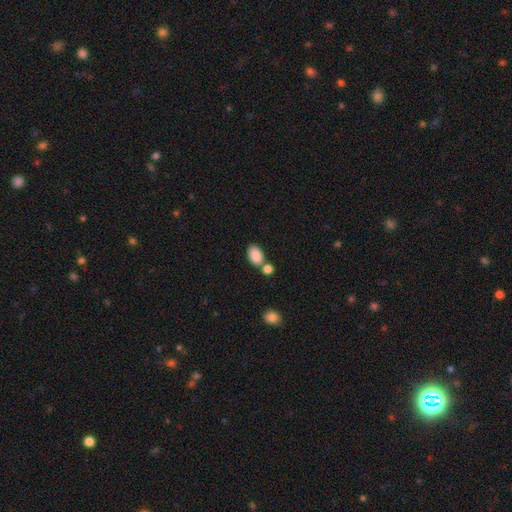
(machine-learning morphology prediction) The model was most divided on "merging": none: 58%, merger: 26%, minor disturbance: 12%, major disturbance: 4%. More confident: how rounded — in between (90%); smooth or featured — smooth (88%).